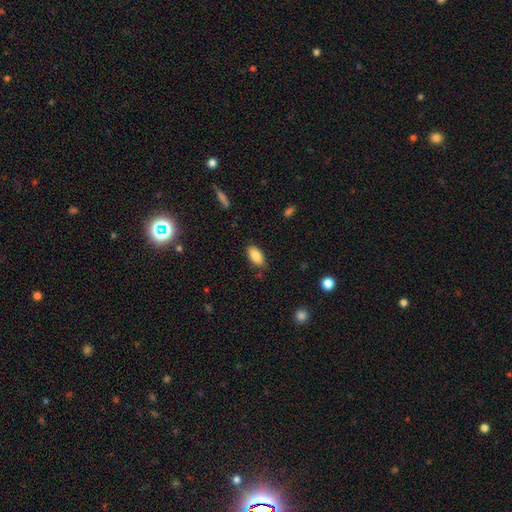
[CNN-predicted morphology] Smooth or featured? Predicted: smooth (p=0.85). How rounded? Predicted: in between (p=0.93). Merging? Predicted: none (p=0.79).